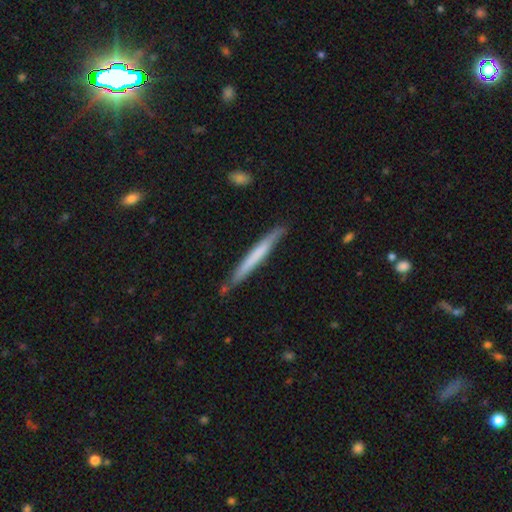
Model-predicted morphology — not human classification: Smooth or featured?
  - smooth: 55% *
  - featured or disk: 40%
  - star or artifact: 5%
How rounded?
  - cigar-shaped: 97% *
  - in between: 2%
  - round: 1%
Merging?
  - none: 81% *
  - minor disturbance: 14%
  - merger: 2%
  - major disturbance: 2%